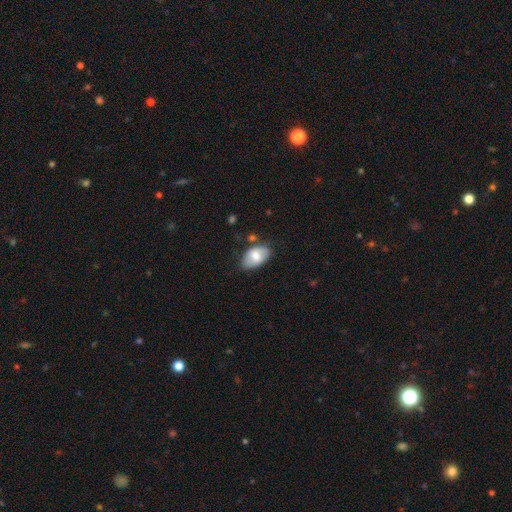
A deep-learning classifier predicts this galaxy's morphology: This is likely a smooth galaxy (72%). How rounded: clearly in between (92%). Merging: likely none (67%).